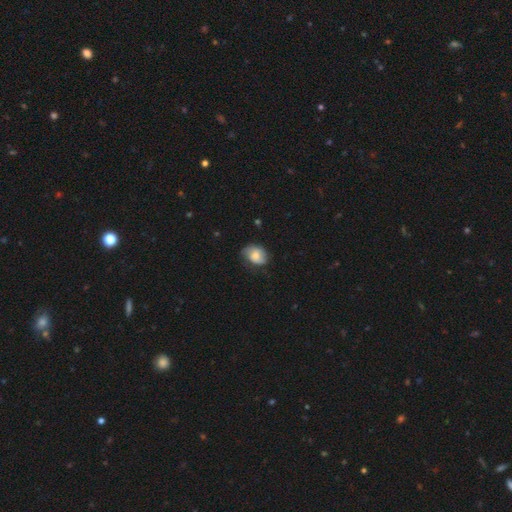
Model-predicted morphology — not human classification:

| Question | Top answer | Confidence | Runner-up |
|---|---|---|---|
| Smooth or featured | smooth | 66% | featured or disk (26%) |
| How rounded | in between | 57% | round (42%) |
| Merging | none | 55% | minor disturbance (33%) |